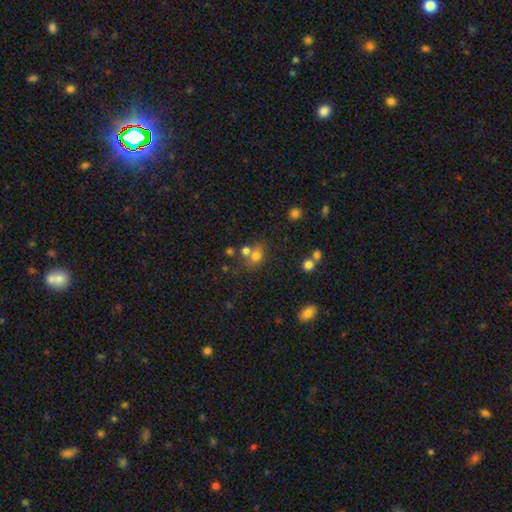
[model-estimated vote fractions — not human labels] smooth_or_featured: smooth (p=0.68) [alt: star or artifact p=0.18]
how_rounded: round (p=0.59) [alt: in between p=0.40]
merging: none (p=0.47) [alt: merger p=0.36]